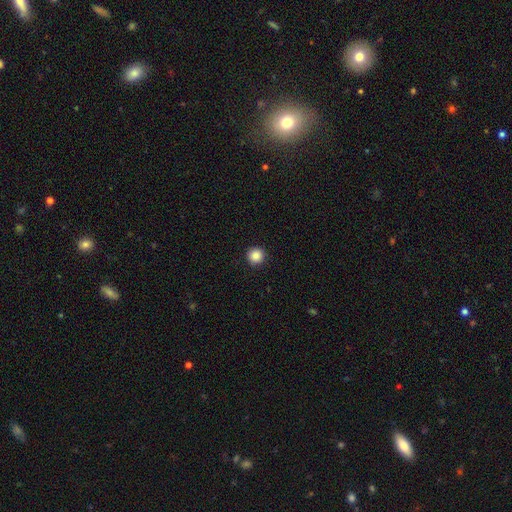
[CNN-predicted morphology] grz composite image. It shows a smooth galaxy with no disk features (86%) that is round (96%). Merging: none (93%).